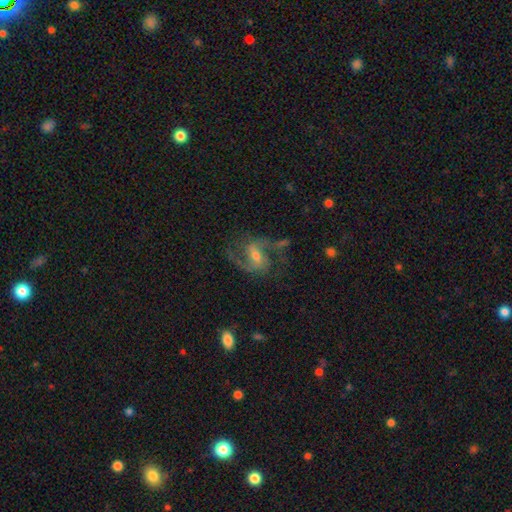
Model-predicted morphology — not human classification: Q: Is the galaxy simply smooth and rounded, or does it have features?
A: featured or disk — 89%.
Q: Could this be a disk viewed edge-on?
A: no — 98%.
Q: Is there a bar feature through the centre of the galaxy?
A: weak — 47%.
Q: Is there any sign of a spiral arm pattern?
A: yes — 97%.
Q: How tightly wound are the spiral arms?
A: medium — 57%.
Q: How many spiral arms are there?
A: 2 — 90%.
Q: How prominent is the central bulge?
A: small — 50%.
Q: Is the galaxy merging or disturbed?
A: none — 73%.